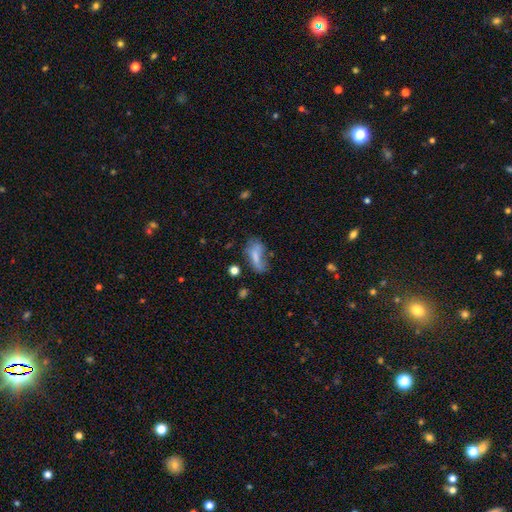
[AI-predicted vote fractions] Smooth or featured?
  - smooth: 63% *
  - featured or disk: 26%
  - star or artifact: 11%
How rounded?
  - in between: 77% *
  - cigar-shaped: 18%
  - round: 5%
Merging?
  - none: 35% *
  - minor disturbance: 27%
  - major disturbance: 27%
  - merger: 10%